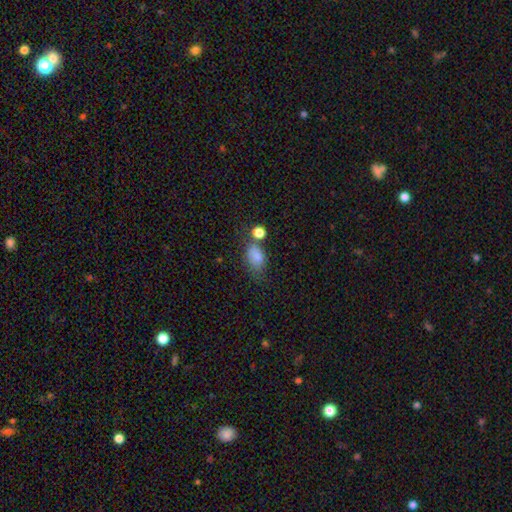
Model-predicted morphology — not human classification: Q: Smooth or featured?
A: smooth (81%); runner-up: star or artifact (11%)
Q: How rounded?
A: in between (82%); runner-up: round (16%)
Q: Merging?
A: none (47%); runner-up: minor disturbance (24%)